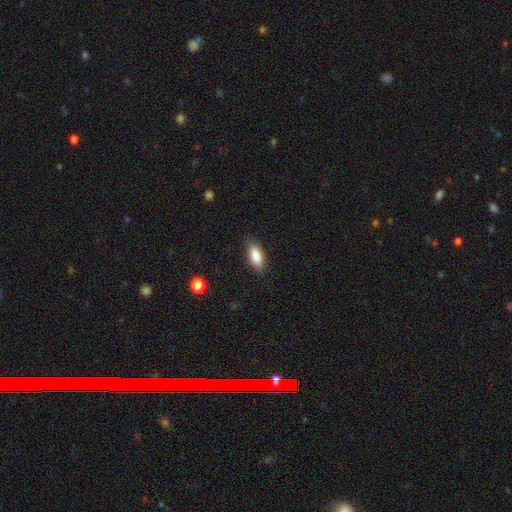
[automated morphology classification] Smooth or featured?
  - smooth: 85% *
  - featured or disk: 8%
  - star or artifact: 7%
How rounded?
  - in between: 81% *
  - cigar-shaped: 16%
  - round: 2%
Merging?
  - none: 85% *
  - minor disturbance: 11%
  - major disturbance: 3%
  - merger: 1%